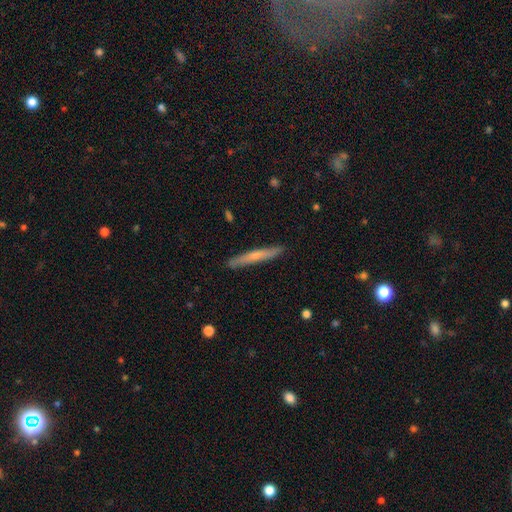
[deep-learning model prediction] Smooth or featured?
  - smooth: 50% *
  - featured or disk: 44%
  - star or artifact: 6%
How rounded?
  - cigar-shaped: 96% *
  - in between: 3%
  - round: 1%
Merging?
  - none: 89% *
  - minor disturbance: 8%
  - major disturbance: 1%
  - merger: 1%